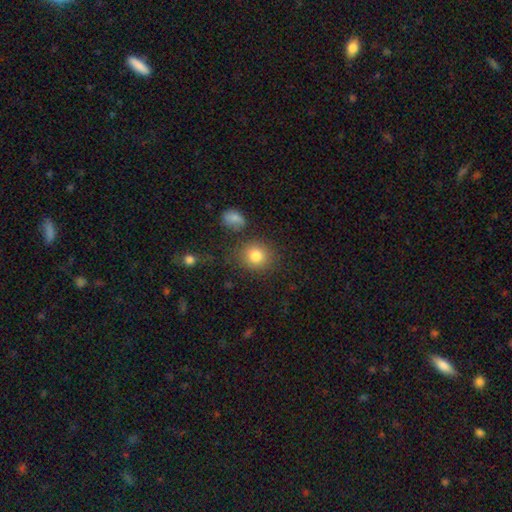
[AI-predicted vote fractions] Smooth or featured? smooth (82%)
How rounded? round (83%)
Merging? none (81%)